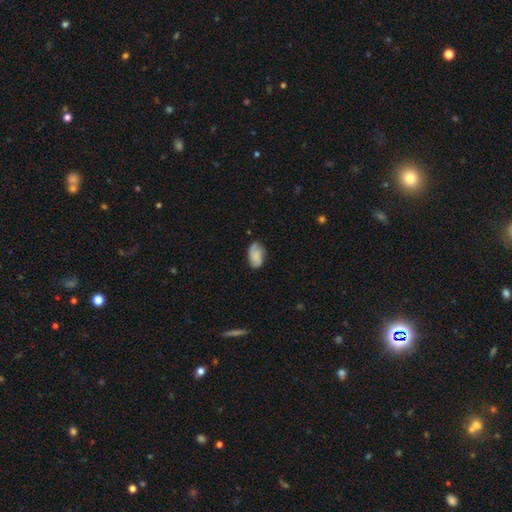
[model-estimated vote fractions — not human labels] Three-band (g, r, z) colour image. It shows a smooth galaxy with no disk features (60%) that is in between round and cigar-shaped (91%). Merging: none (70%).